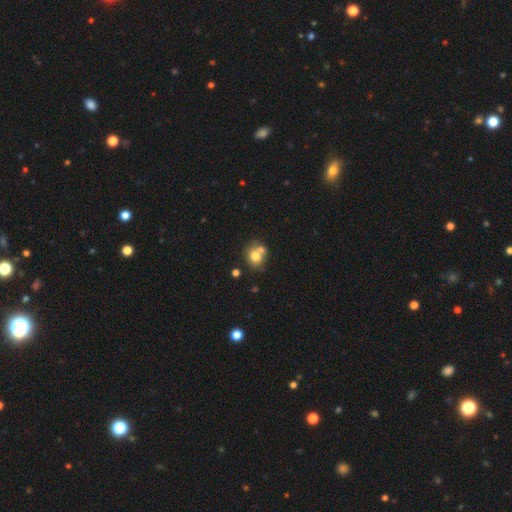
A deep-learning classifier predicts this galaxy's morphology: Smooth or featured: smooth — 73% (featured or disk — 16%)
How rounded: round — 70% (in between — 29%)
Merging: none — 45% (merger — 39%)